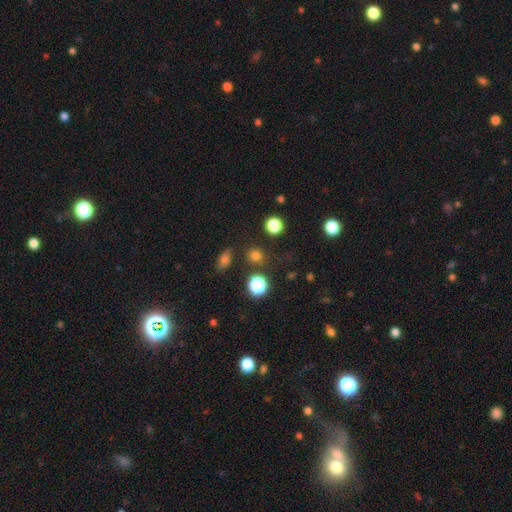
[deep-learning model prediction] smooth 72%, star or artifact 22%, featured or disk 6%. Down the decision tree: how rounded — round (89%); merging — none (81%).